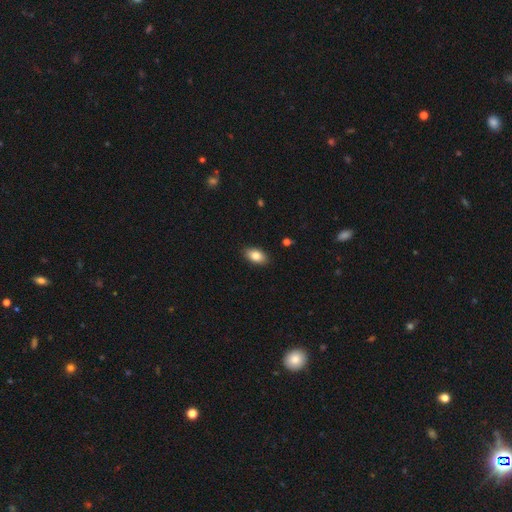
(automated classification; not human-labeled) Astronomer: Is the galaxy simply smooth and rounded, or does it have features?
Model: smooth — 84%.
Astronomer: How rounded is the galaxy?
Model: in between — 92%.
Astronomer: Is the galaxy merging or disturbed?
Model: none — 89%.